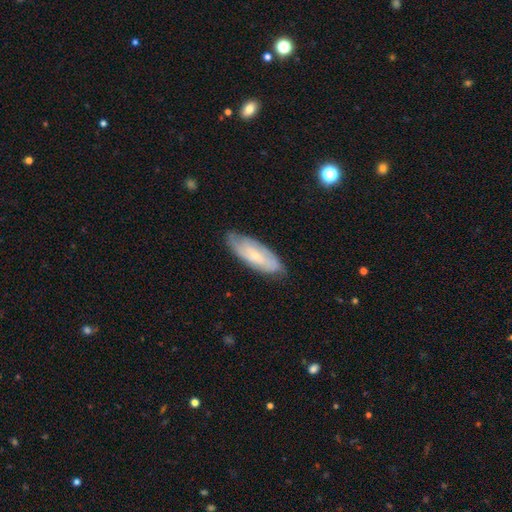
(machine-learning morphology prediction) Overall: featured or disk (56%; smooth 37%). Edge-on disk: no (84%). Merging: none (74%).